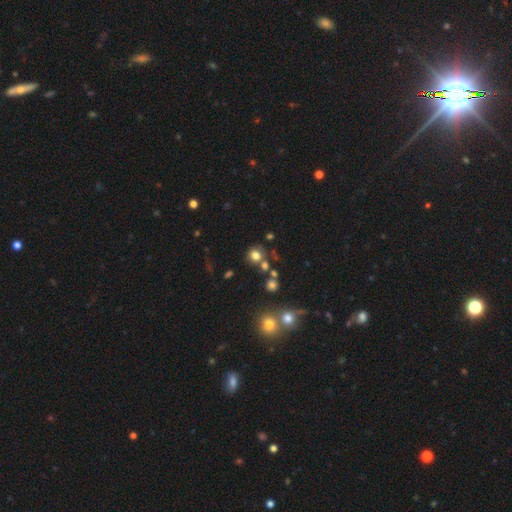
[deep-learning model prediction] This is likely a smooth galaxy (75%). How rounded: clearly round (88%). Merging: likely none (70%).